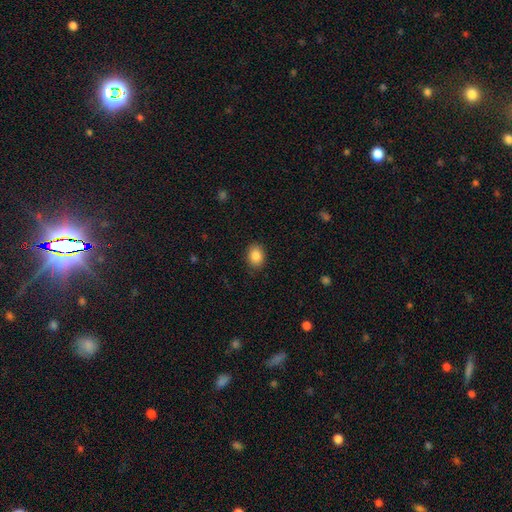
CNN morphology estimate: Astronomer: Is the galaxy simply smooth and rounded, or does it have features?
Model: smooth — 87%.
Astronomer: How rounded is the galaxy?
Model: in between — 57% (runner-up: round, 42%).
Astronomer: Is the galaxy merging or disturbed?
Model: none — 89%.